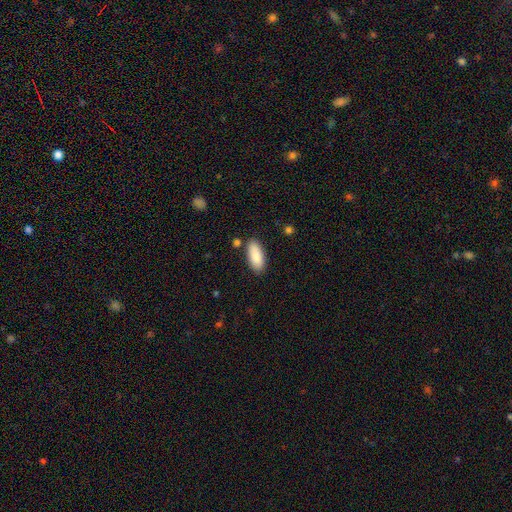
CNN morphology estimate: Q: Smooth or featured?
A: smooth (87%); runner-up: featured or disk (7%)
Q: How rounded?
A: in between (84%); runner-up: cigar-shaped (14%)
Q: Merging?
A: none (84%); runner-up: minor disturbance (10%)